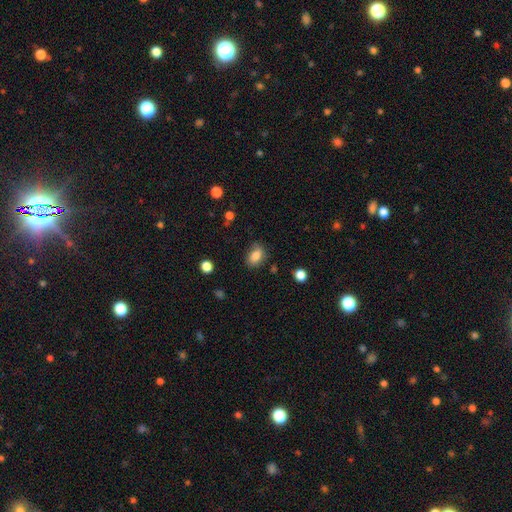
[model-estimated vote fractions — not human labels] The model was most divided on "merging": none: 74%, minor disturbance: 19%, major disturbance: 4%, merger: 2%. More confident: smooth or featured — smooth (83%); how rounded — in between (78%).